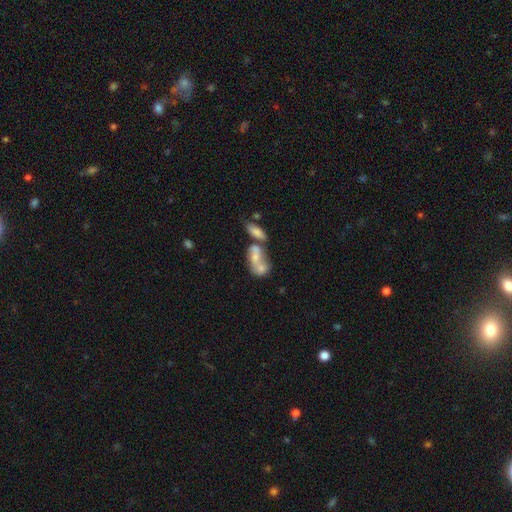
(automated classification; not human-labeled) Smooth or featured?
  - smooth: 50% *
  - featured or disk: 38%
  - star or artifact: 12%
Merging?
  - merger: 68% *
  - none: 17%
  - minor disturbance: 8%
  - major disturbance: 8%